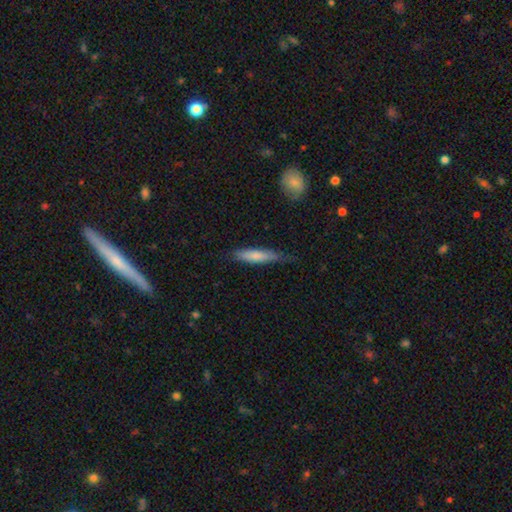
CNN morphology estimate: A smooth galaxy with no disk features (73%) that is cigar-shaped (82%).

Vote fractions:
- Smooth or featured? smooth: 73% / featured or disk: 22% / star or artifact: 5%
- How rounded? cigar-shaped: 82% / in between: 16% / round: 1%
- Merging? none: 67% / minor disturbance: 26% / major disturbance: 6% / merger: 2%